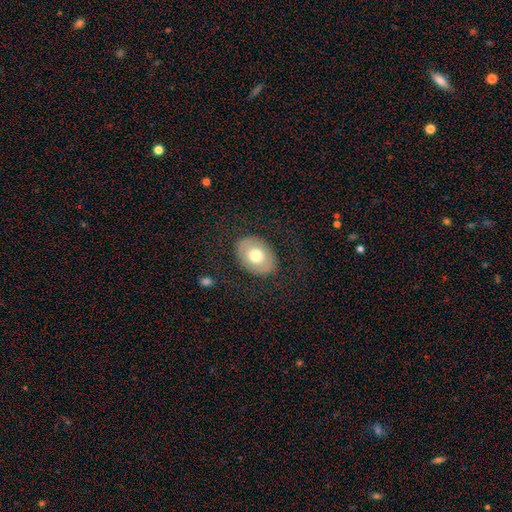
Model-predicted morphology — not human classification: This is likely a smooth galaxy (67%). How rounded: likely in between (75%). Merging: clearly none (83%).